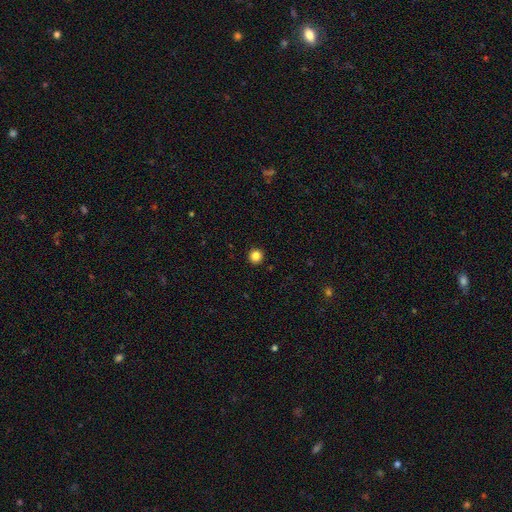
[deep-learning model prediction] This appears to be a smooth galaxy with no disk features (84%) that is round (94%). Merging: none (93%).